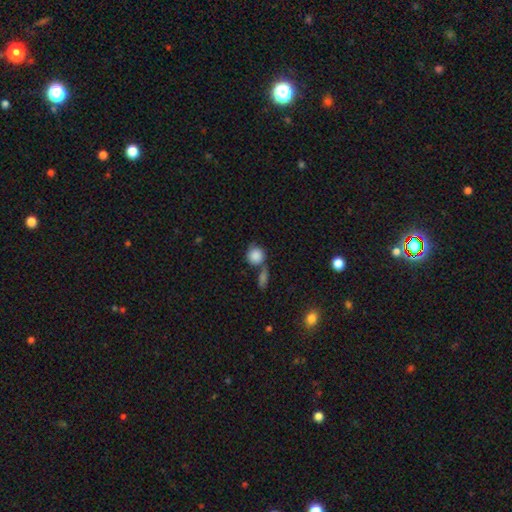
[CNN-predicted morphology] smooth 85%, star or artifact 8%, featured or disk 7%. Down the decision tree: how rounded — round (87%); merging — none (49%).